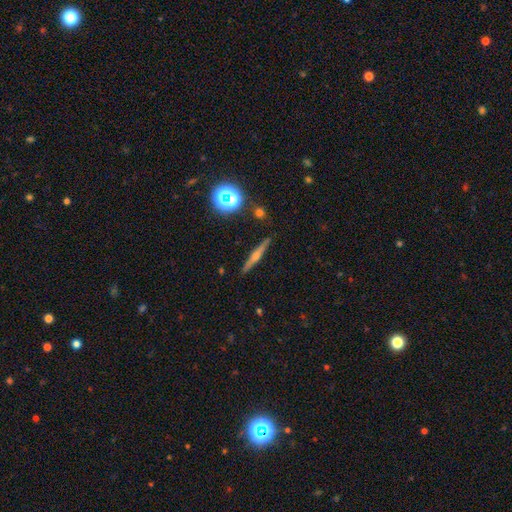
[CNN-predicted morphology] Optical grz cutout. It shows a featured or disk galaxy (67%) viewed edge-on (97%) with a rounded central bulge (84%). Merging: none (91%).